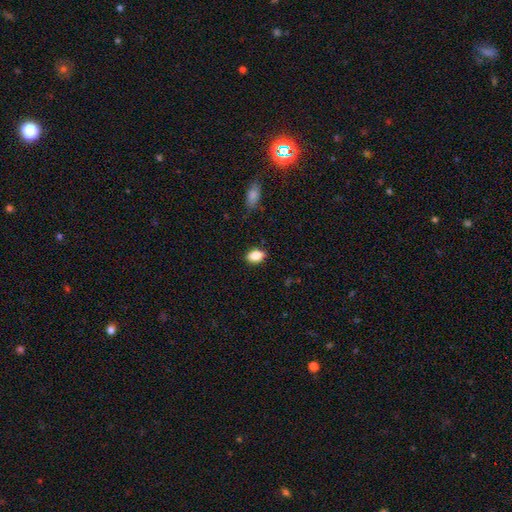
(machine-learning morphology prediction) This appears to be a smooth galaxy with no disk features (86%) that is in between round and cigar-shaped (87%). Merging: none (86%).